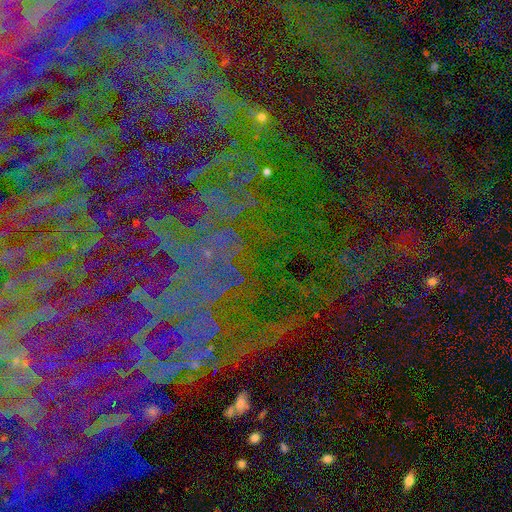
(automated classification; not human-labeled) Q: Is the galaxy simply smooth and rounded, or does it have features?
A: star or artifact — 79%.